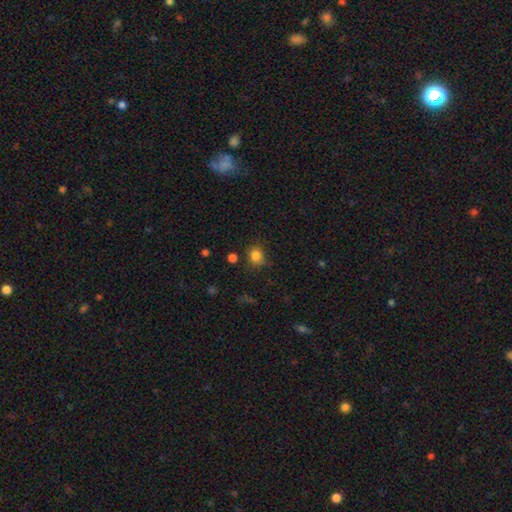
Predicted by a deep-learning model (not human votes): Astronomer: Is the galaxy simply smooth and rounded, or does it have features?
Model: smooth — 83%.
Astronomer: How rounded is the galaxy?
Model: round — 73%.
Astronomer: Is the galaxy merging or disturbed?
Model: none — 78%.